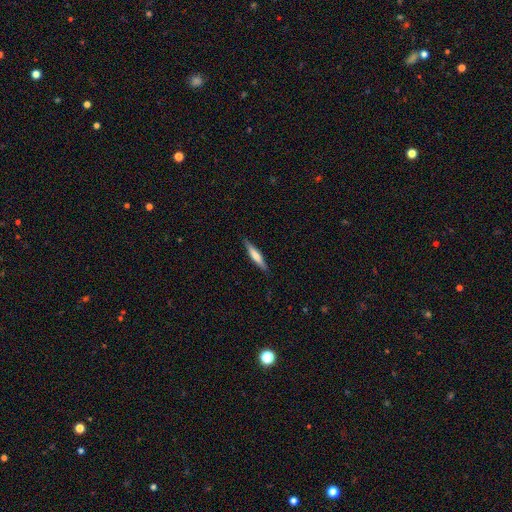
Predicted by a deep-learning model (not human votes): This appears to be a smooth galaxy with no disk features (60%) that is cigar-shaped (89%). Merging: none (88%).